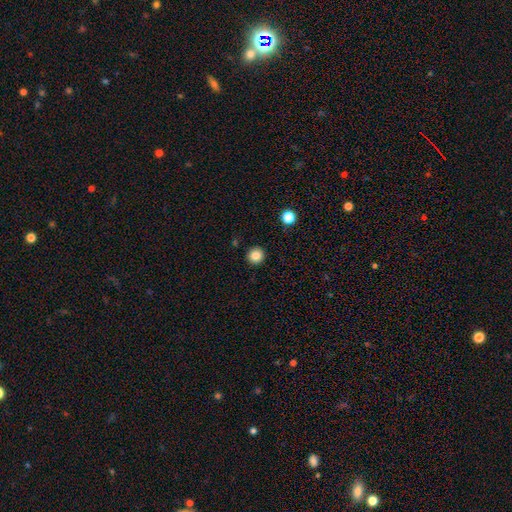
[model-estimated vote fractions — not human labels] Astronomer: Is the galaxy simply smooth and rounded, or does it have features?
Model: smooth — 85%.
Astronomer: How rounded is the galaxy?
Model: round — 95%.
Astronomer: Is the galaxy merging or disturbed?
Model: none — 92%.